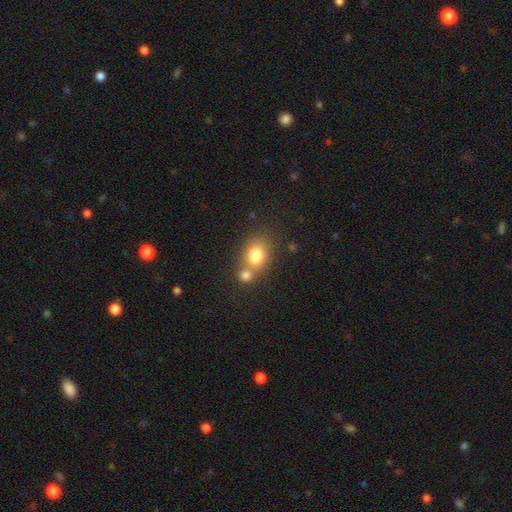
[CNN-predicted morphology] A smooth galaxy with no disk features (78%) that is round (52%).

Vote fractions:
- Smooth or featured? smooth: 78% / featured or disk: 11% / star or artifact: 10%
- How rounded? round: 52% / in between: 47% / cigar-shaped: 1%
- Merging? merger: 44% / none: 43% / minor disturbance: 10% / major disturbance: 4%